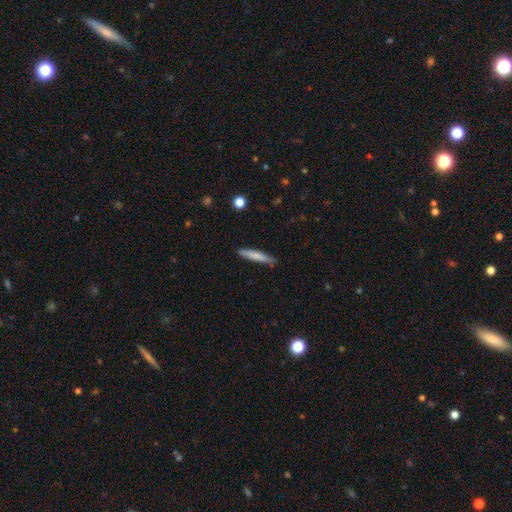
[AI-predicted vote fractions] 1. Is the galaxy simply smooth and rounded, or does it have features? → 75% smooth, 20% featured or disk, 6% star or artifact.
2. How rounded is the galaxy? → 92% cigar-shaped, 7% in between, 1% round.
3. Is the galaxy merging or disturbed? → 85% none, 11% minor disturbance, 2% major disturbance, 2% merger.